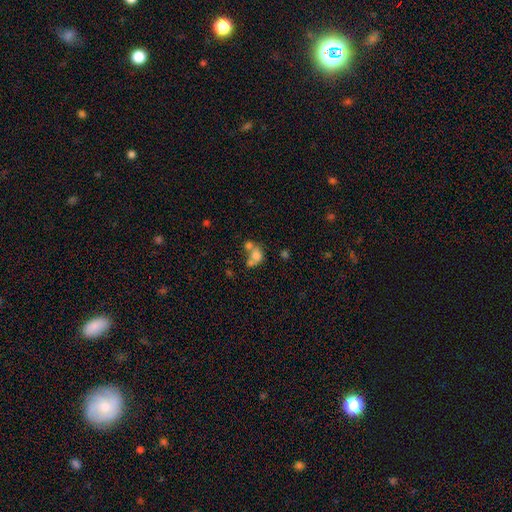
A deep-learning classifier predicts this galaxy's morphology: smooth 67%, featured or disk 21%, star or artifact 12%. Down the decision tree: how rounded — round (53%); merging — merger (59%).